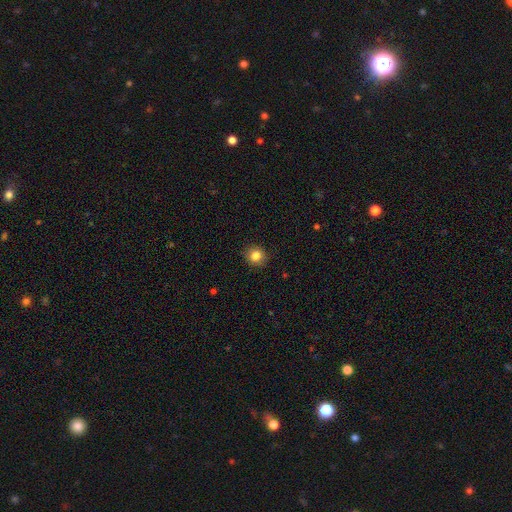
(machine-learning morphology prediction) Smooth or featured: smooth — 84% (star or artifact — 10%)
How rounded: round — 83% (in between — 16%)
Merging: none — 89% (minor disturbance — 8%)